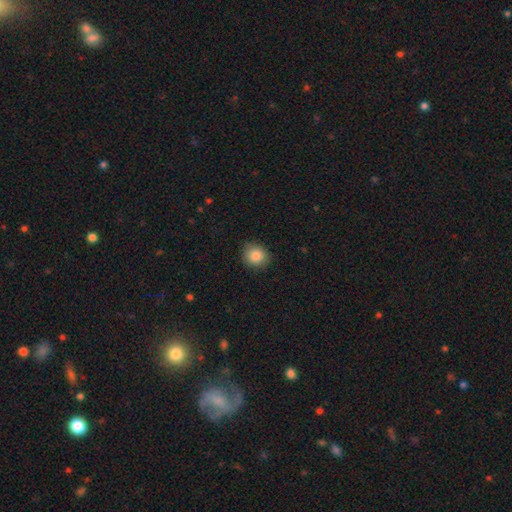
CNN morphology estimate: This is clearly a smooth galaxy (85%). How rounded: likely round (80%). Merging: clearly none (87%).